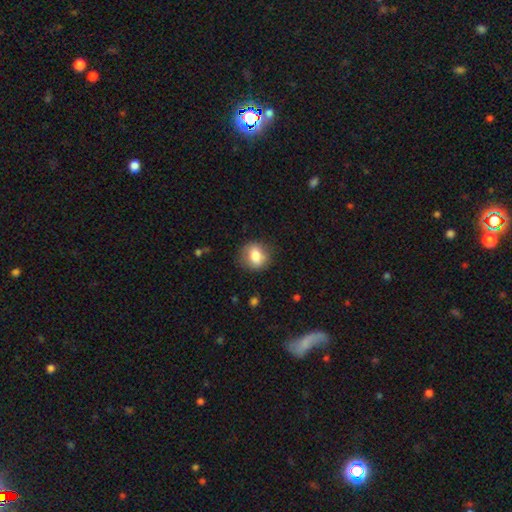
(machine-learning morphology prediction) This appears to be a smooth galaxy with no disk features (76%) that is round (64%). Merging: none (81%).